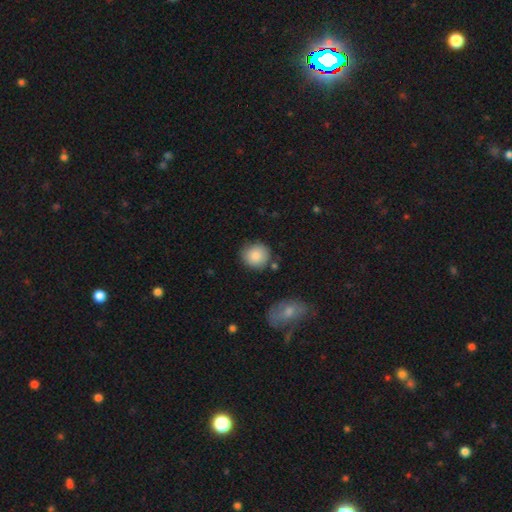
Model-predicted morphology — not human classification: Smooth or featured?
  - smooth: 87% *
  - star or artifact: 7%
  - featured or disk: 6%
How rounded?
  - round: 89% *
  - in between: 10%
  - cigar-shaped: 1%
Merging?
  - none: 80% *
  - minor disturbance: 12%
  - merger: 4%
  - major disturbance: 3%